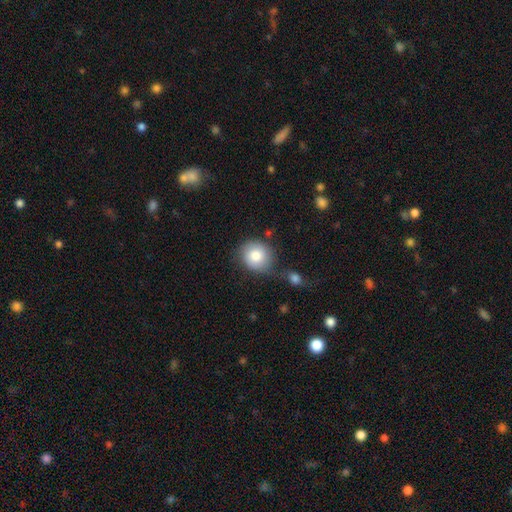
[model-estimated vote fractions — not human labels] This appears to be a smooth galaxy with no disk features (82%) that is round (80%). Merging: none (68%).